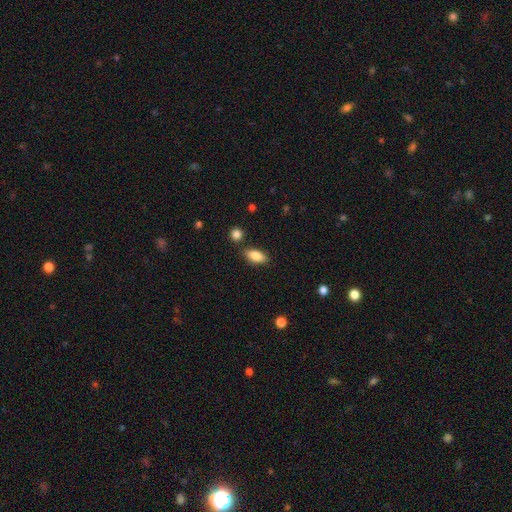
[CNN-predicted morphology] smooth 83%, featured or disk 10%, star or artifact 7%. Down the decision tree: how rounded — in between (87%); merging — none (82%).